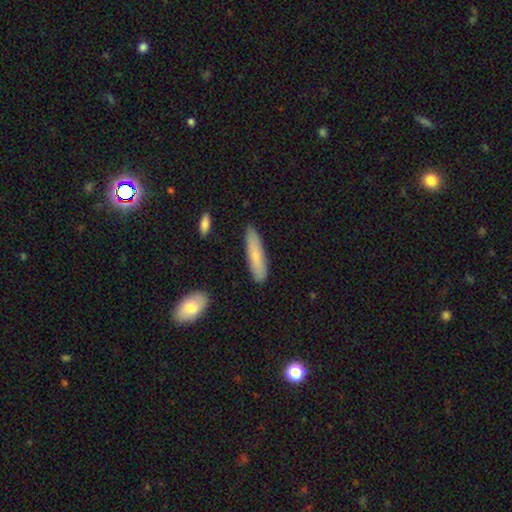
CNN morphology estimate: A smooth galaxy with no disk features (75%) that is cigar-shaped (77%).

Vote fractions:
- Smooth or featured? smooth: 75% / featured or disk: 19% / star or artifact: 6%
- How rounded? cigar-shaped: 77% / in between: 21% / round: 2%
- Merging? none: 86% / minor disturbance: 11% / major disturbance: 2% / merger: 2%